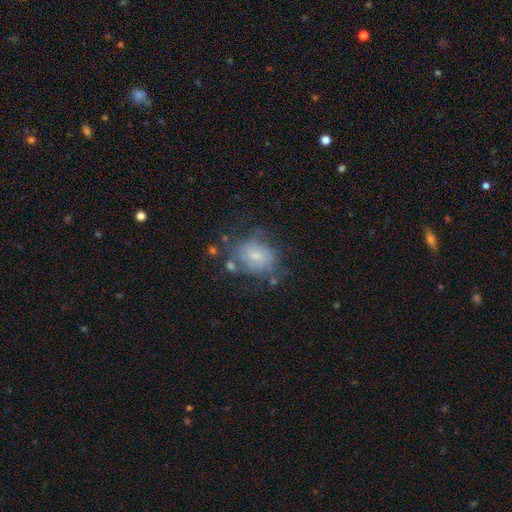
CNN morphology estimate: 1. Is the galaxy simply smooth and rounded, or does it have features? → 51% featured or disk, 36% smooth, 12% star or artifact.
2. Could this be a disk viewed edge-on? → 97% no, 3% yes.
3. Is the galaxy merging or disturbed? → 53% none, 24% minor disturbance, 18% major disturbance, 6% merger.